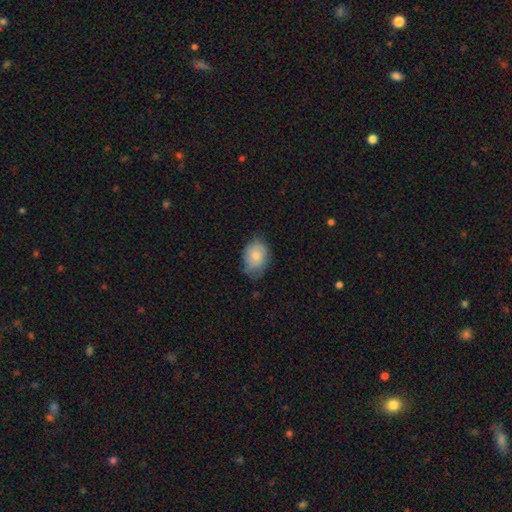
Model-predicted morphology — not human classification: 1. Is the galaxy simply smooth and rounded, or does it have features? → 77% smooth, 16% featured or disk, 7% star or artifact.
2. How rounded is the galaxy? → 76% in between, 23% round, 1% cigar-shaped.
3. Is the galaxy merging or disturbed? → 60% none, 32% minor disturbance, 7% major disturbance, 1% merger.